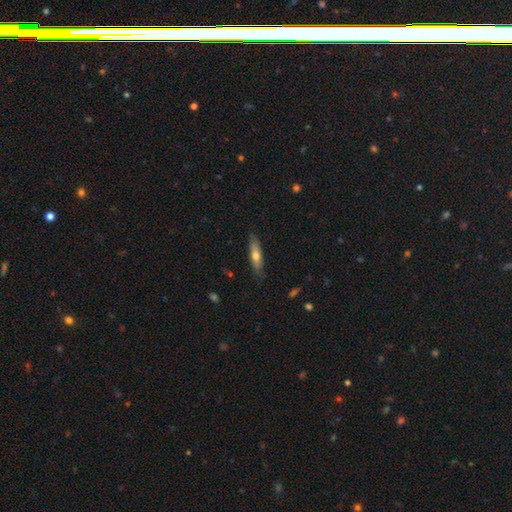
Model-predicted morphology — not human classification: Q: Smooth or featured?
A: smooth (58%); runner-up: featured or disk (36%)
Q: How rounded?
A: cigar-shaped (73%); runner-up: in between (25%)
Q: Merging?
A: none (82%); runner-up: minor disturbance (15%)